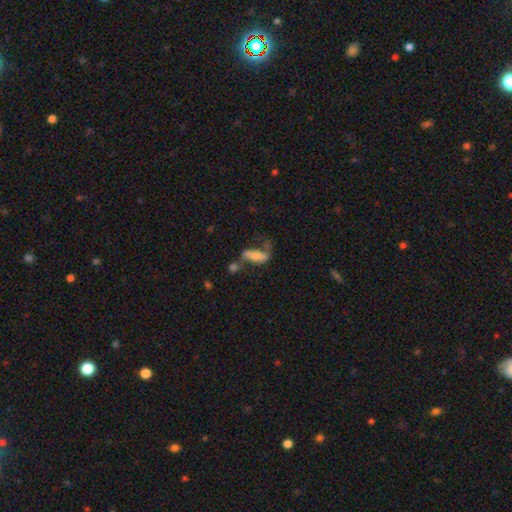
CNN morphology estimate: Overall: featured or disk (57%; smooth 34%). Edge-on disk: no (85%). Merging: none (31%; major disturbance 28%).